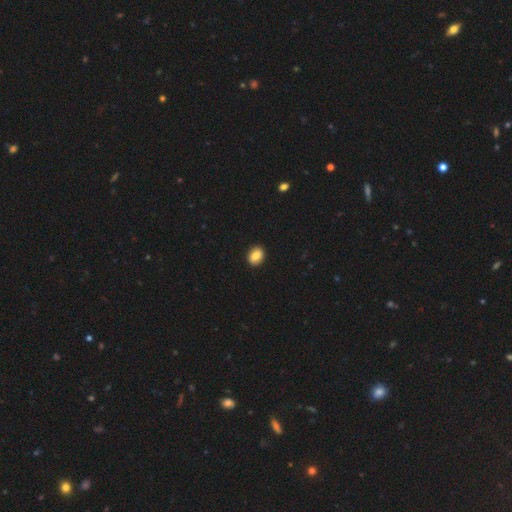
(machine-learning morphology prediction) This appears to be a smooth galaxy with no disk features (83%) that is in between round and cigar-shaped (65%). Merging: none (91%).